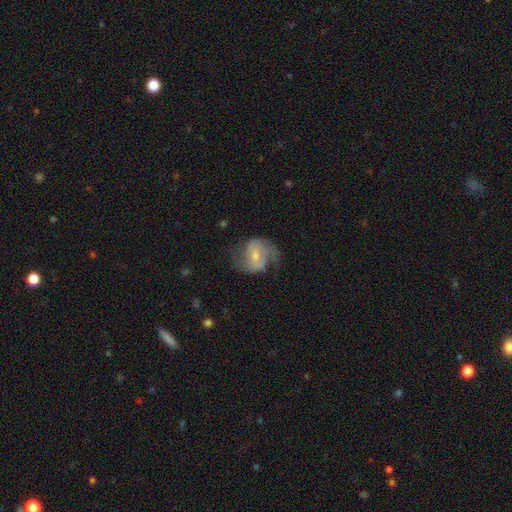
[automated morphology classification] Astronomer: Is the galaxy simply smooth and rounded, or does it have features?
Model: featured or disk — 72%.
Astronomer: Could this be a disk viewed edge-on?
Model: no — 97%.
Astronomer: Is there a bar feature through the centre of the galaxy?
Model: weak — 48% (runner-up: no, 34%).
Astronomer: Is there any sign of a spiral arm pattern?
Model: yes — 89%.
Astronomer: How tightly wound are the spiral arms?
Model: medium — 47% (runner-up: loose, 33%).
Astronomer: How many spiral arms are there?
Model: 2 — 78%.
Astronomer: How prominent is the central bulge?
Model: moderate — 47% (runner-up: small, 46%).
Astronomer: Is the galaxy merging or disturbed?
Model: none — 56%.